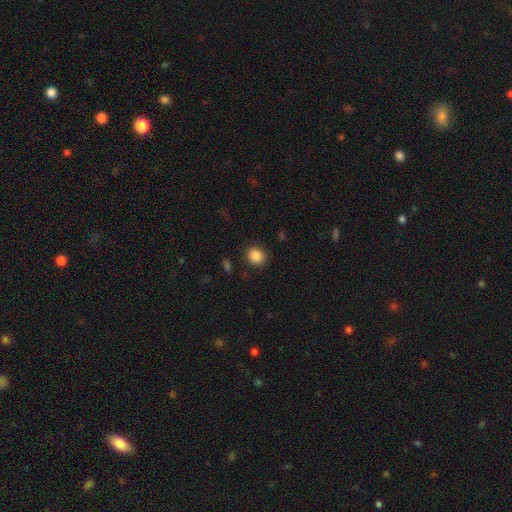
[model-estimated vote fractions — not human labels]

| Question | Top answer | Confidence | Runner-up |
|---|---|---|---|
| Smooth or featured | smooth | 87% | star or artifact (10%) |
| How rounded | round | 74% | in between (25%) |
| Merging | none | 88% | minor disturbance (8%) |